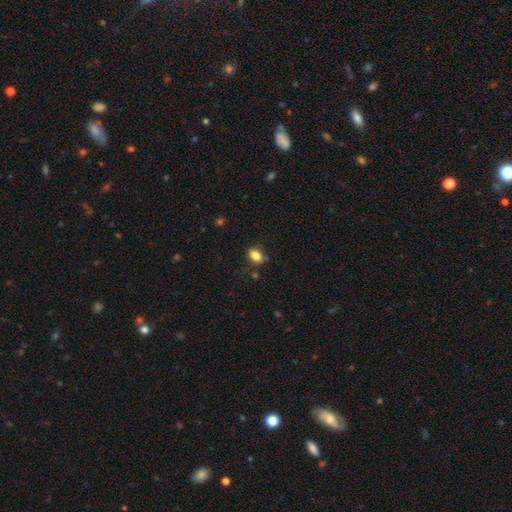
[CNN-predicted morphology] A smooth galaxy with no disk features (82%) that is in between round and cigar-shaped (78%). Merging: none (75%).